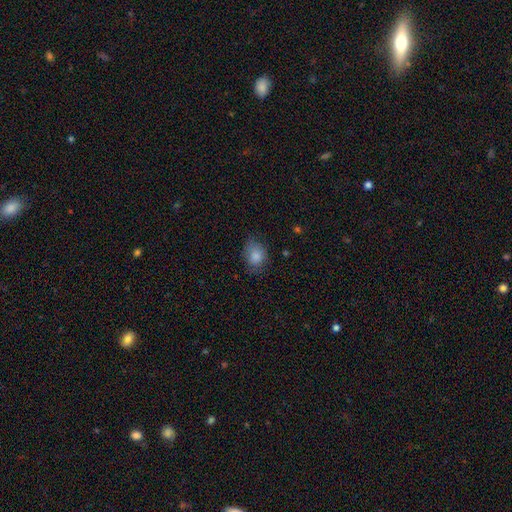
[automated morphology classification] smooth_or_featured: smooth (p=0.84) [alt: star or artifact p=0.09]
how_rounded: in between (p=0.50) [alt: round p=0.49]
merging: none (p=0.66) [alt: minor disturbance p=0.25]